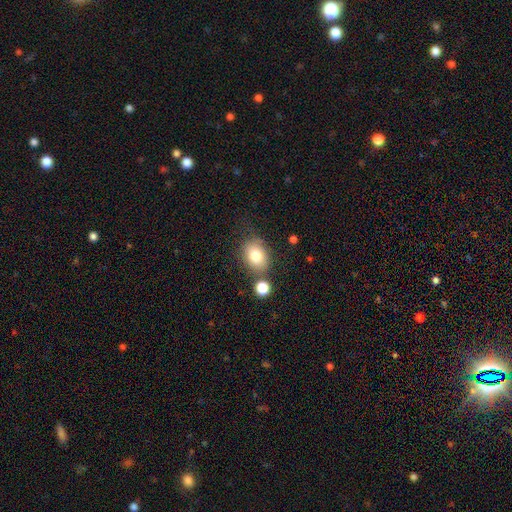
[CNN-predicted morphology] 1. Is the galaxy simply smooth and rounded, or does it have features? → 80% smooth, 11% featured or disk, 10% star or artifact.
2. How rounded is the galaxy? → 62% in between, 37% round, 1% cigar-shaped.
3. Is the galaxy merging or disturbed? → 70% none, 15% minor disturbance, 10% merger, 5% major disturbance.